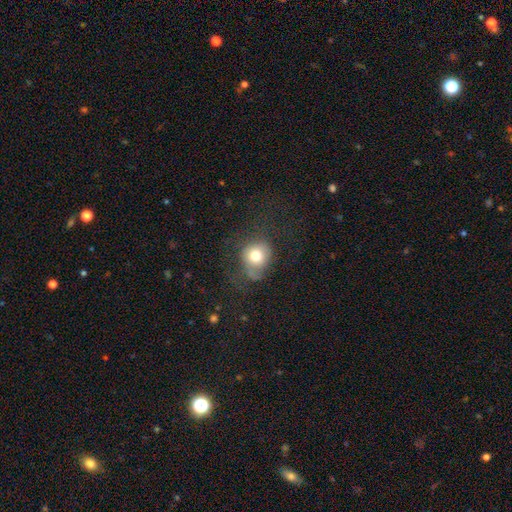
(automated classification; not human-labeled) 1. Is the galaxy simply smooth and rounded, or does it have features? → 73% smooth, 16% featured or disk, 11% star or artifact.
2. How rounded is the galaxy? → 74% round, 25% in between, 1% cigar-shaped.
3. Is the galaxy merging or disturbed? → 51% none, 25% minor disturbance, 22% major disturbance, 2% merger.